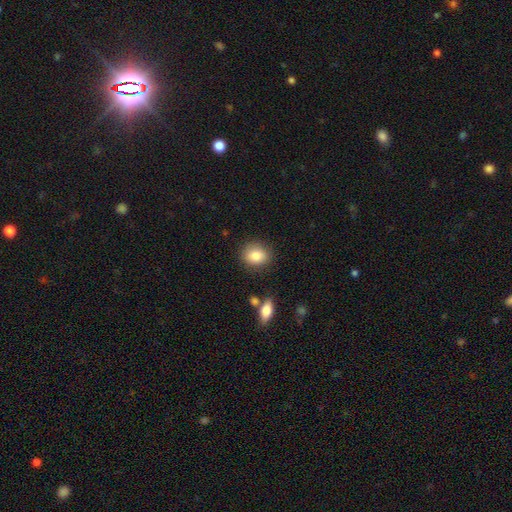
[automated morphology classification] smooth 84%, star or artifact 8%, featured or disk 8%. Down the decision tree: how rounded — round (58%); merging — none (82%).